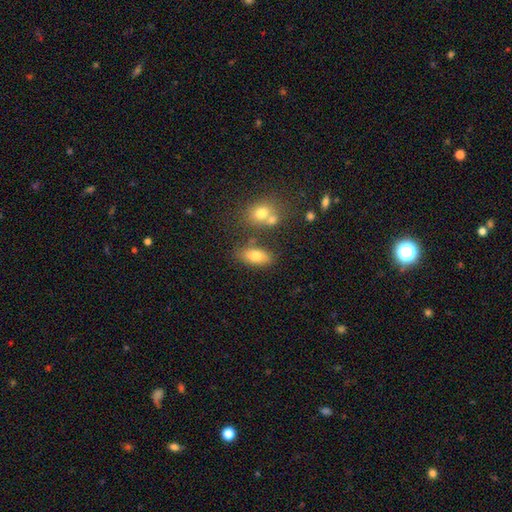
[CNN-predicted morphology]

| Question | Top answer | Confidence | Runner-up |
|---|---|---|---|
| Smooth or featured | smooth | 75% | featured or disk (15%) |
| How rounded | in between | 87% | round (8%) |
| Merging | none | 69% | minor disturbance (14%) |